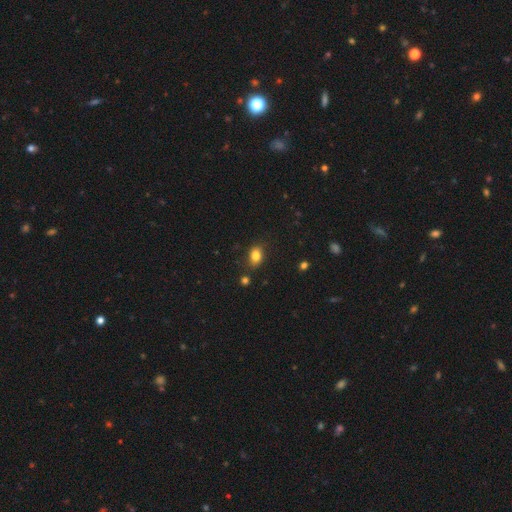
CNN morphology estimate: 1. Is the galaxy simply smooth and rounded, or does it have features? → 83% smooth, 11% star or artifact, 7% featured or disk.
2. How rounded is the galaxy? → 73% in between, 26% round, 1% cigar-shaped.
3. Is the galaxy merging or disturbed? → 82% none, 12% minor disturbance, 3% merger, 3% major disturbance.